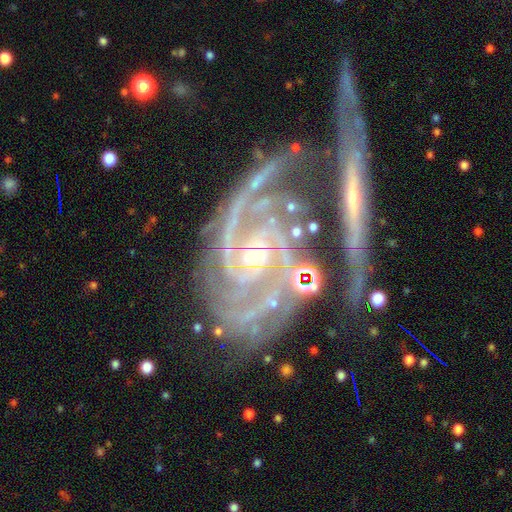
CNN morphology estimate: A featured or disk galaxy (91%) with no bar (50%), 2 (37%) tight (68%) spiral arms (98%) and a small central bulge (62%).

Vote fractions:
- Smooth or featured? featured or disk: 91% / star or artifact: 6% / smooth: 3%
- Edge-on disk? no: 96% / yes: 4%
- Bar? no: 50% / weak: 32% / strong: 19%
- Spiral arms? yes: 98% / no: 2%
- Spiral winding? tight: 68% / medium: 27% / loose: 5%
- Spiral arm count? 2: 37% / 3: 23% / can't tell: 17% / 4: 10% / more than 4: 7% / 1: 6%
- Bulge size? small: 62% / moderate: 31% / none: 4% / large: 2% / dominant: 1%
- Merging? merger: 37% / none: 29% / minor disturbance: 18% / major disturbance: 16%